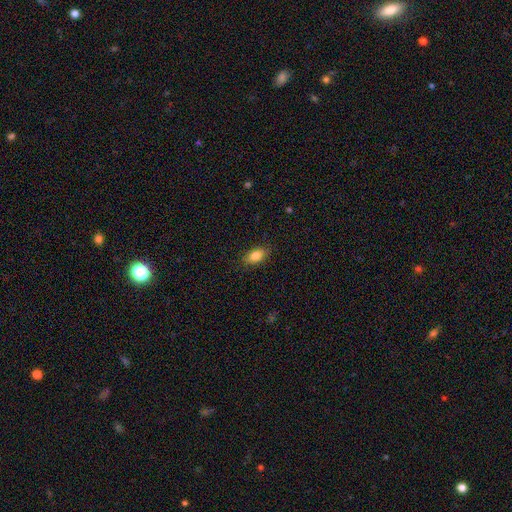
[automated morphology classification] Smooth or featured: smooth — 84% (star or artifact — 8%)
How rounded: in between — 88% (round — 7%)
Merging: none — 85% (minor disturbance — 11%)